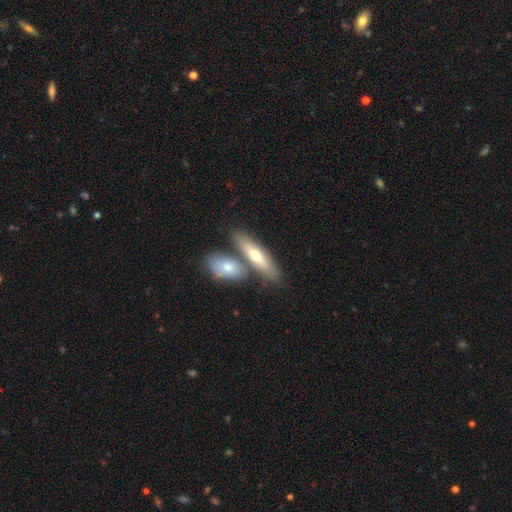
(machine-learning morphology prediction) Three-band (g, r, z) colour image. It shows a smooth galaxy with no disk features (61%) that is cigar-shaped (56%). Merging: none (55%).